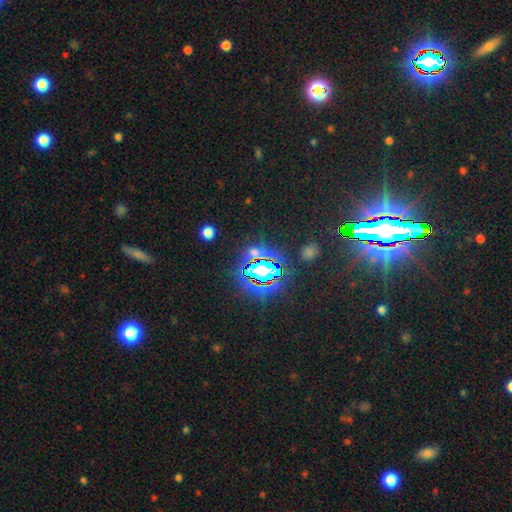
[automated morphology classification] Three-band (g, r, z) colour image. It shows a star or artifact, not a galaxy (77%).